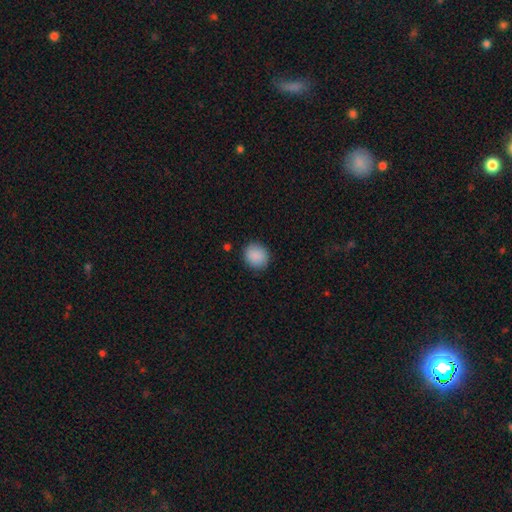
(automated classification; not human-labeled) This appears to be a smooth galaxy with no disk features (89%) that is round (75%). Merging: none (88%).